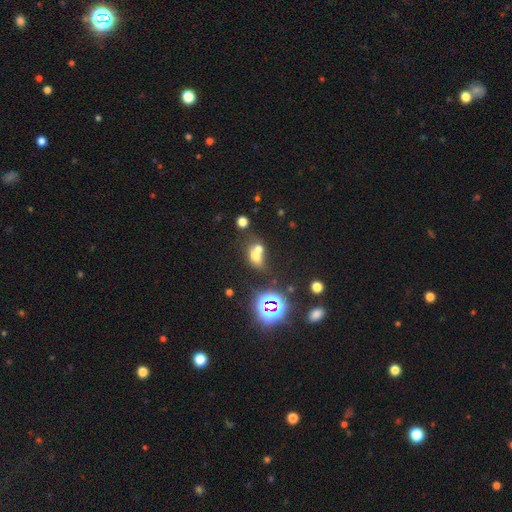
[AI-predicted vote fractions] Smooth or featured: smooth — 56% (star or artifact — 24%)
How rounded: in between — 52% (round — 46%)
Merging: merger — 58% (none — 29%)